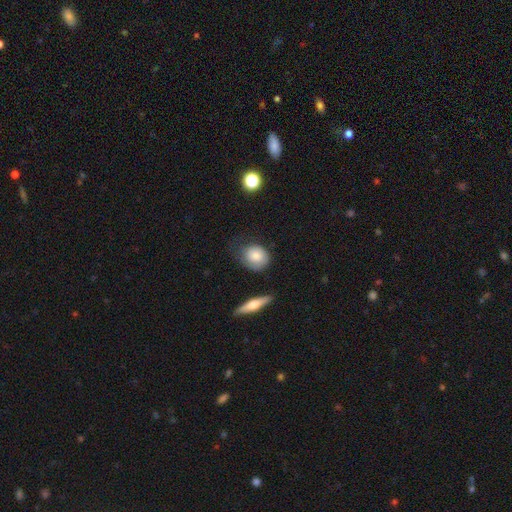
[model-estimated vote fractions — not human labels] smooth 80%, featured or disk 13%, star or artifact 7%. Down the decision tree: how rounded — round (63%); merging — none (57%).